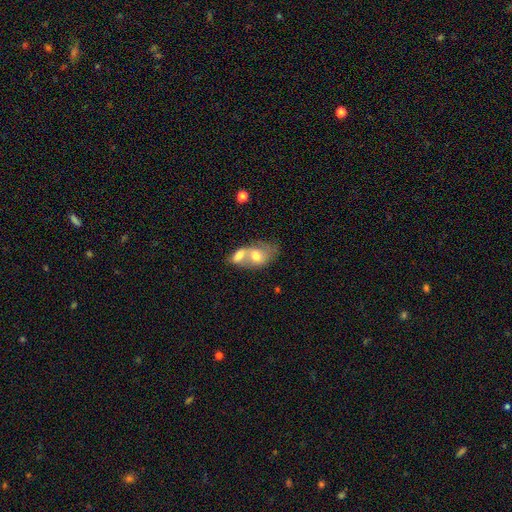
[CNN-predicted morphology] The model was most divided on "smooth or featured": smooth: 57%, featured or disk: 35%, star or artifact: 8%. More confident: merging — merger (75%); how rounded — in between (74%).